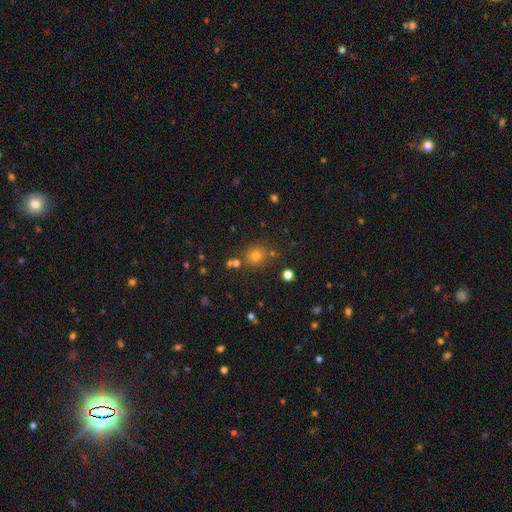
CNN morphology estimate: smooth-or-featured: smooth: 68% | star or artifact: 25% | featured or disk: 7%
  how-rounded: round: 85% | in between: 14% | cigar-shaped: 1%
  merging: none: 80% | minor disturbance: 9% | merger: 8% | major disturbance: 3%